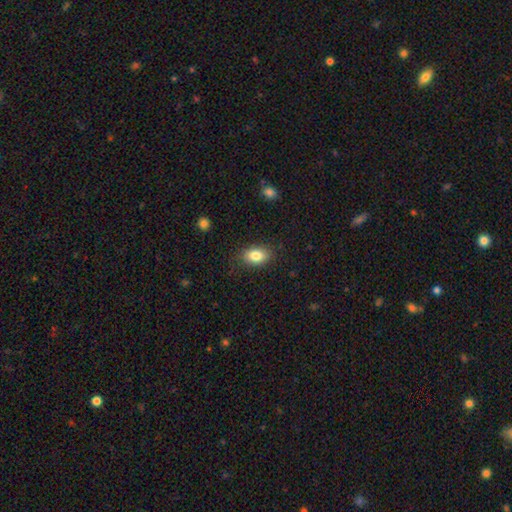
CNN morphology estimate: smooth_or_featured: smooth (p=0.83) [alt: featured or disk p=0.09]
how_rounded: in between (p=0.86) [alt: round p=0.12]
merging: none (p=0.84) [alt: minor disturbance p=0.12]